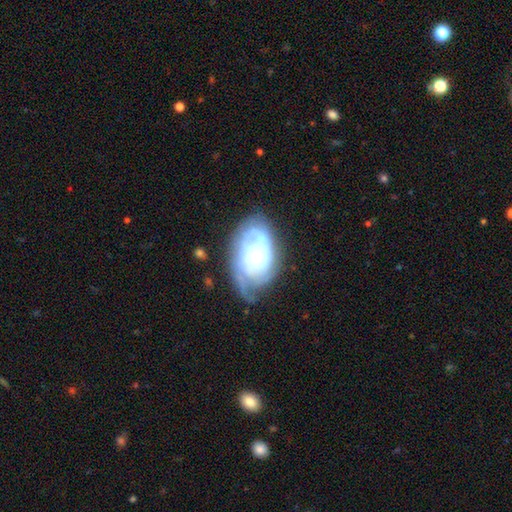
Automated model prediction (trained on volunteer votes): Smooth or featured? featured or disk (73%)
Edge-on disk? no (96%)
Bar? no (75%)
Spiral arms? yes (88%)
Spiral winding? tight (62%)
Spiral arm count? can't tell (43%)
Bulge size? small (55%)
Merging? none (56%)